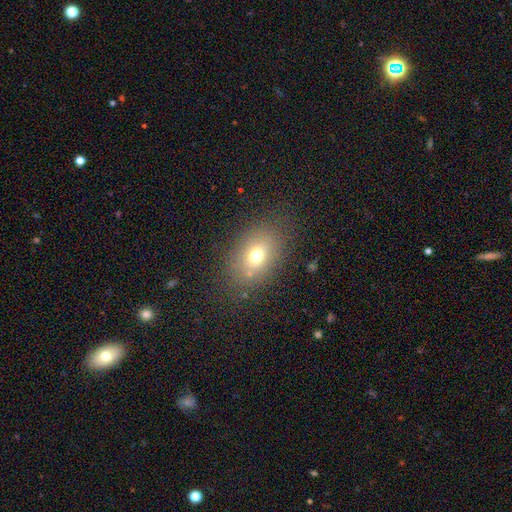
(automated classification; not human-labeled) Smooth or featured? Predicted: smooth (p=0.69). How rounded? Predicted: in between (p=0.72). Merging? Predicted: none (p=0.79).